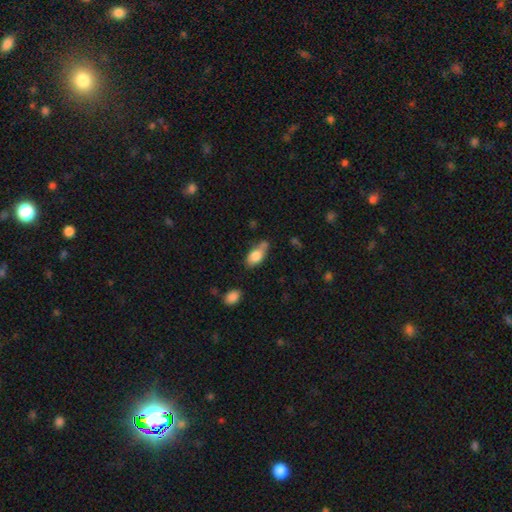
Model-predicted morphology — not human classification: Smooth or featured?
  - smooth: 80% *
  - featured or disk: 12%
  - star or artifact: 8%
How rounded?
  - in between: 87% *
  - round: 7%
  - cigar-shaped: 6%
Merging?
  - none: 43% *
  - minor disturbance: 30%
  - merger: 18%
  - major disturbance: 9%